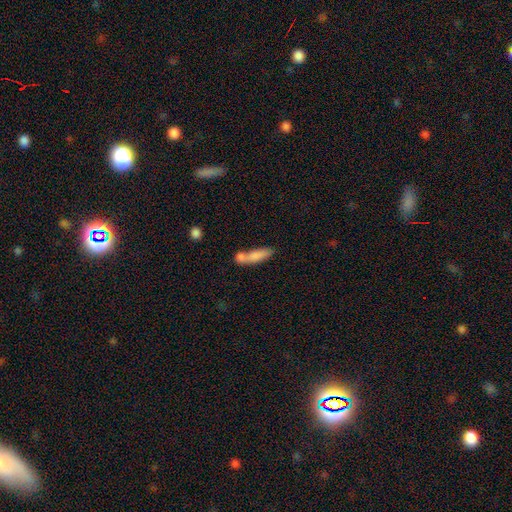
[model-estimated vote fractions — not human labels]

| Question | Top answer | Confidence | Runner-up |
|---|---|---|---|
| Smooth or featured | smooth | 77% | featured or disk (16%) |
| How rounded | cigar-shaped | 65% | in between (33%) |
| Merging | merger | 42% | none (38%) |